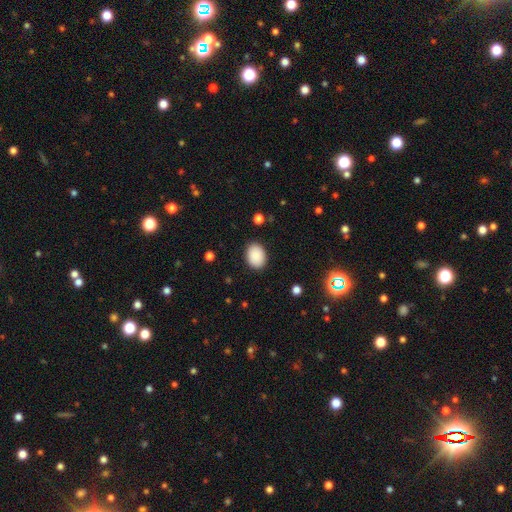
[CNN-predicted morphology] Q: Smooth or featured?
A: smooth (89%); runner-up: star or artifact (8%)
Q: How rounded?
A: in between (69%); runner-up: round (30%)
Q: Merging?
A: none (88%); runner-up: minor disturbance (9%)